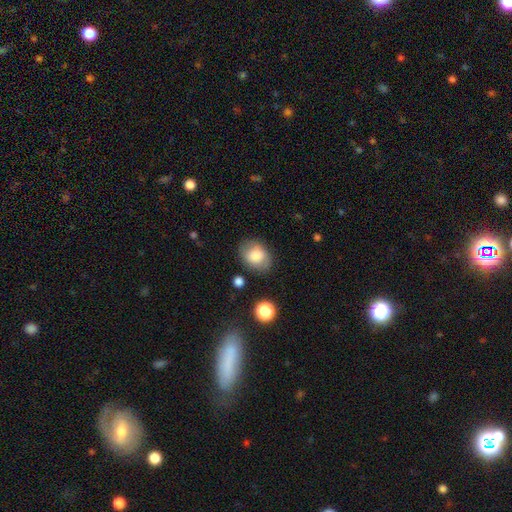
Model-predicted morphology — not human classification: Smooth or featured? Predicted: smooth (p=0.77). How rounded? Predicted: in between (p=0.72). Merging? Predicted: none (p=0.79).